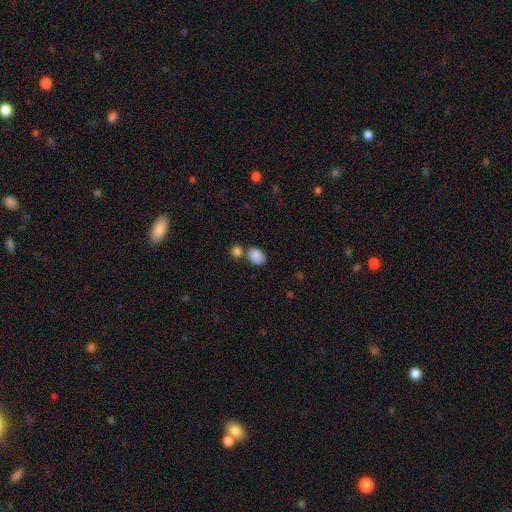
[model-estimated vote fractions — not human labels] Smooth or featured?
  - smooth: 87% *
  - star or artifact: 8%
  - featured or disk: 5%
How rounded?
  - in between: 77% *
  - round: 22%
  - cigar-shaped: 1%
Merging?
  - none: 56% *
  - merger: 27%
  - minor disturbance: 12%
  - major disturbance: 4%